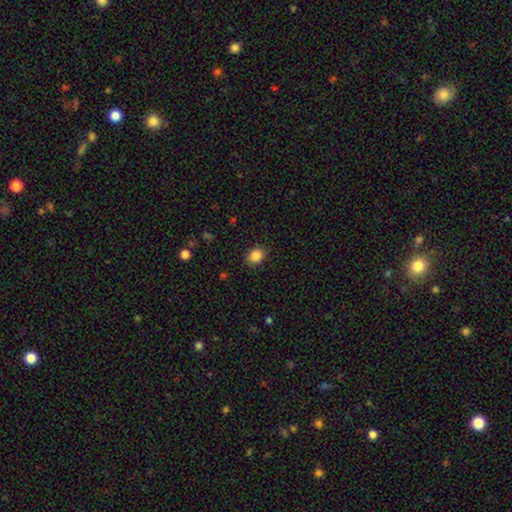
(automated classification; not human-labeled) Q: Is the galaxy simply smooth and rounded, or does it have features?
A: smooth — 88%.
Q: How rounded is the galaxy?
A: in between — 62%.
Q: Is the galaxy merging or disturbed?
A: none — 87%.